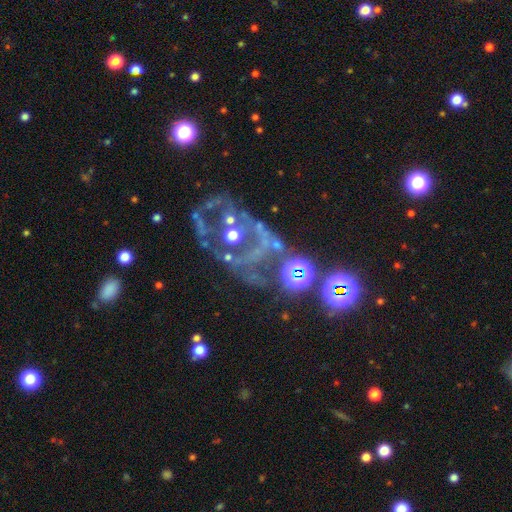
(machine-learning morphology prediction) This is likely a featured or disk galaxy (61%). It is clearly not viewed edge-on (94%). Bar: possibly no (56%). Spiral arm pattern: possibly yes (57%). Central bulge: possibly small (47%). Merging: marginally none (44%).